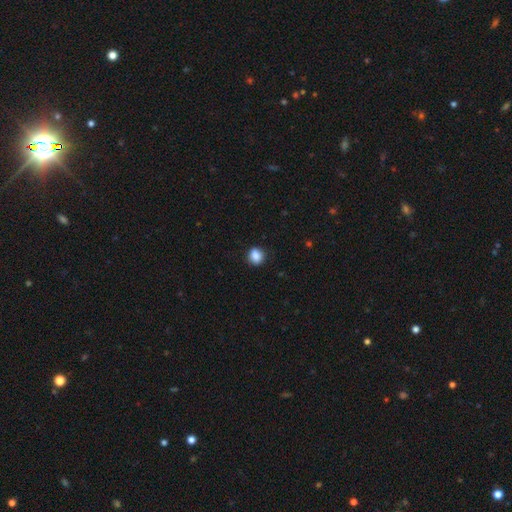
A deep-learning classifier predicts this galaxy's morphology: A smooth galaxy with no disk features (86%) that is round (67%). Merging: none (84%).